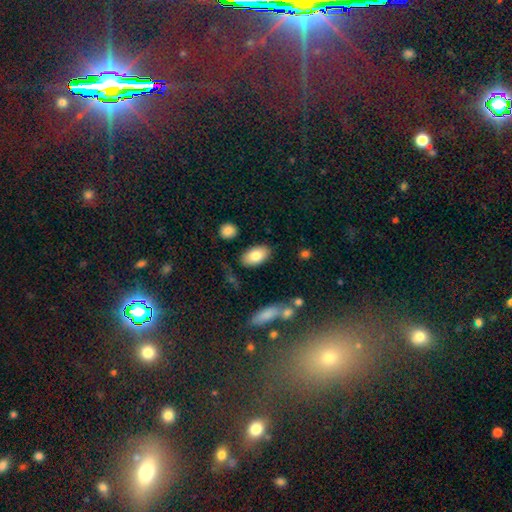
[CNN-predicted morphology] This appears to be a smooth galaxy with no disk features (81%) that is in between round and cigar-shaped (93%). Merging: none (83%).